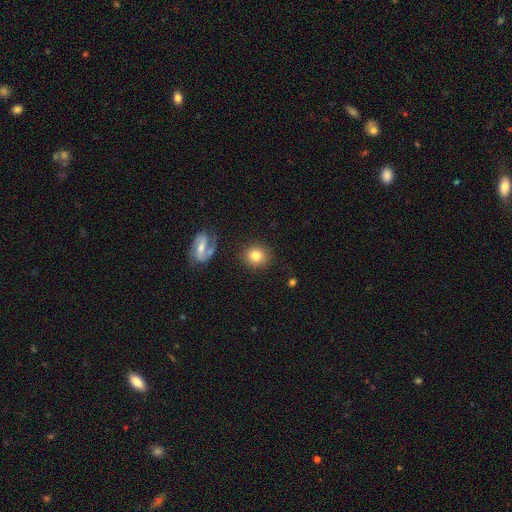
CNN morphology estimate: Smooth or featured?
  - smooth: 78% *
  - featured or disk: 13%
  - star or artifact: 10%
How rounded?
  - round: 84% *
  - in between: 14%
  - cigar-shaped: 1%
Merging?
  - none: 85% *
  - minor disturbance: 9%
  - merger: 4%
  - major disturbance: 3%